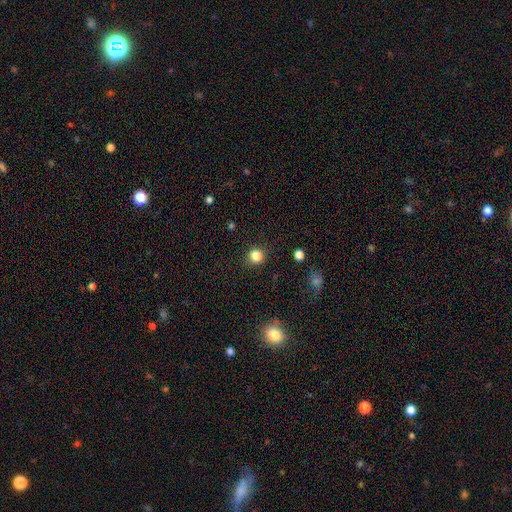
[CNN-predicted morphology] Smooth or featured: smooth — 83% (star or artifact — 12%)
How rounded: round — 90% (in between — 9%)
Merging: none — 90% (minor disturbance — 7%)